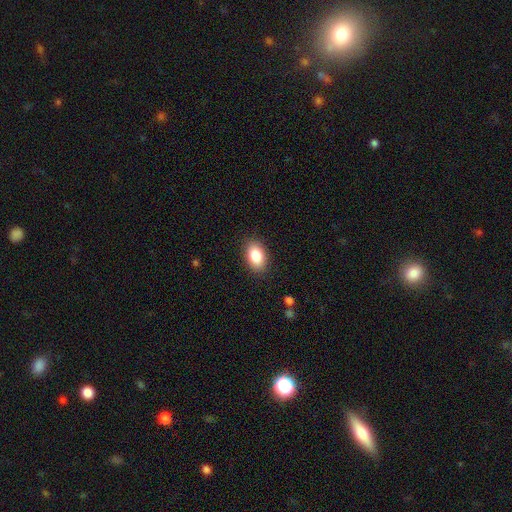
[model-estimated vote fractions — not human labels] Overall: smooth (86%). How rounded: in between (88%). Merging: none (88%).